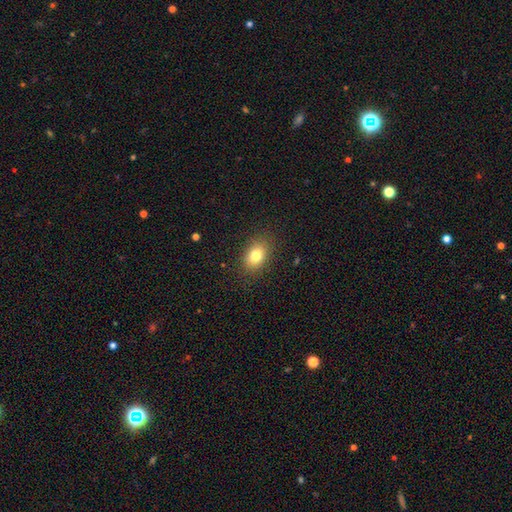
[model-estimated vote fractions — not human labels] The model was most divided on "how rounded": in between: 78%, round: 20%, cigar-shaped: 2%. More confident: merging — none (86%); smooth or featured — smooth (79%).